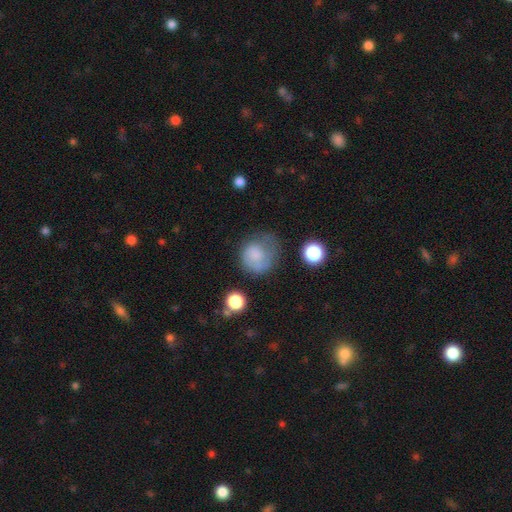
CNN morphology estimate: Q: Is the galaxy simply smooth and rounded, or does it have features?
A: smooth — 71%.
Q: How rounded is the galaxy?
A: round — 80%.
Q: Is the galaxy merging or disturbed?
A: none — 38%.